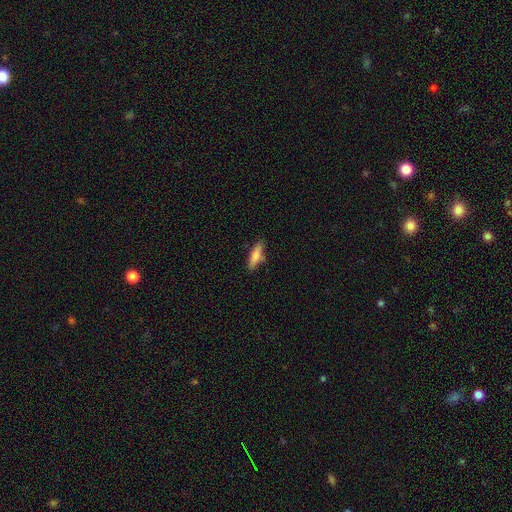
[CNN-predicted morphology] This appears to be a smooth galaxy with no disk features (77%) that is cigar-shaped (68%). Merging: none (78%).